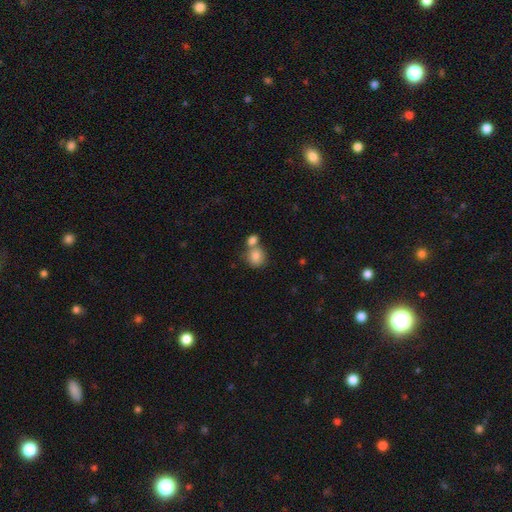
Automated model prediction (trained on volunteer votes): This appears to be a smooth galaxy with no disk features (82%) that is round (76%). Merging: merger (44%, tied with none).